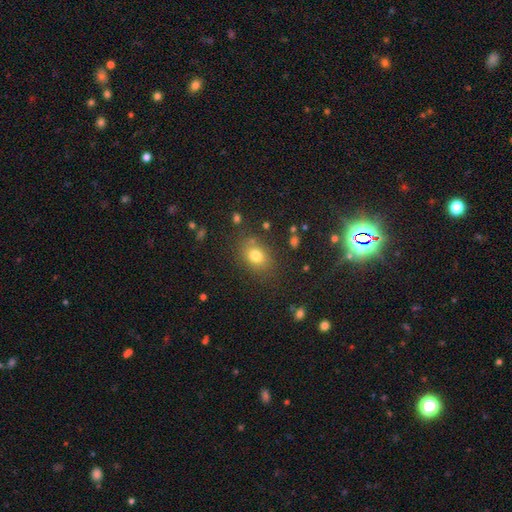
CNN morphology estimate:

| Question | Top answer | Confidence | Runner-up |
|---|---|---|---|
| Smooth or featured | smooth | 77% | star or artifact (14%) |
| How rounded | in between | 64% | round (35%) |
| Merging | none | 79% | minor disturbance (13%) |